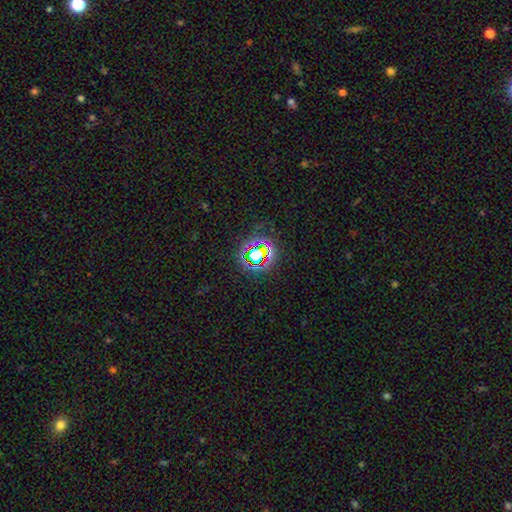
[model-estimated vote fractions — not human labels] Overall: star or artifact (69%).